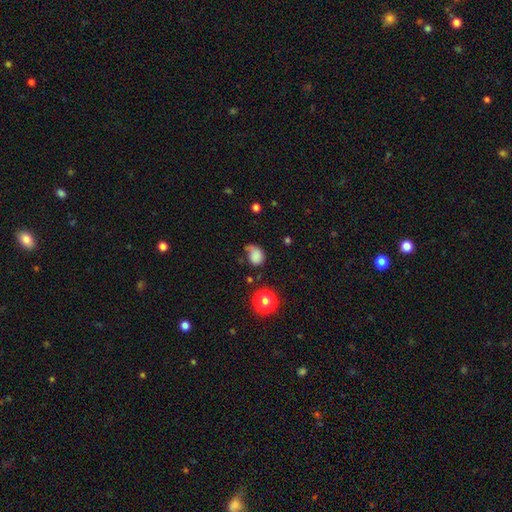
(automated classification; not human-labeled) Smooth or featured?
  - smooth: 76% *
  - star or artifact: 13%
  - featured or disk: 11%
How rounded?
  - in between: 52% *
  - round: 47%
  - cigar-shaped: 1%
Merging?
  - none: 40% *
  - minor disturbance: 32%
  - major disturbance: 22%
  - merger: 7%